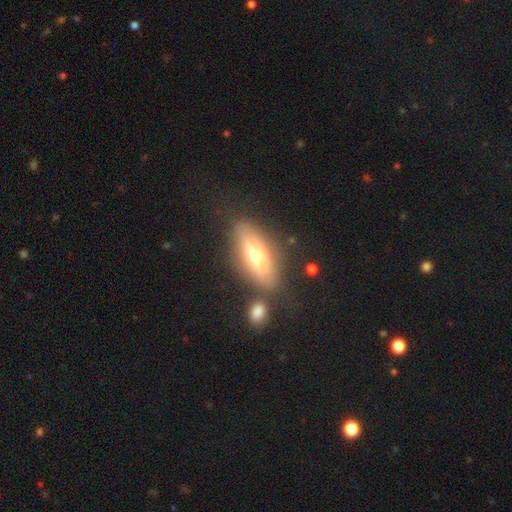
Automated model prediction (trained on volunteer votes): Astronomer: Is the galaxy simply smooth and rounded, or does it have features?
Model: smooth — 48% (runner-up: featured or disk, 44%).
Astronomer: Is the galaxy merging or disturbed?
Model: none — 67%.